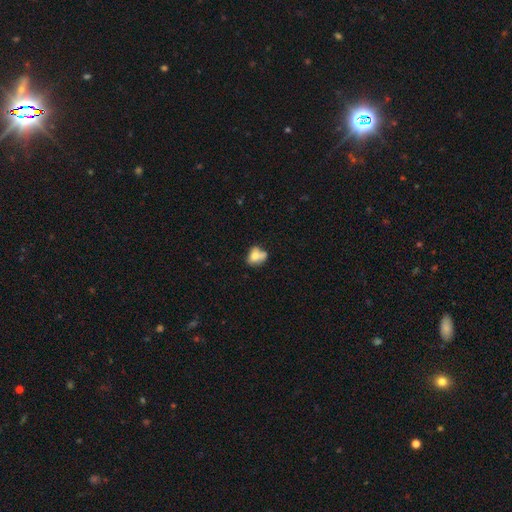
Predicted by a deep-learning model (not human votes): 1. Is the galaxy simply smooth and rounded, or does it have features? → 66% smooth, 24% featured or disk, 10% star or artifact.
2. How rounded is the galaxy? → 53% in between, 46% round, 2% cigar-shaped.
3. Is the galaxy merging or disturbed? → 37% none, 32% merger, 21% minor disturbance, 10% major disturbance.